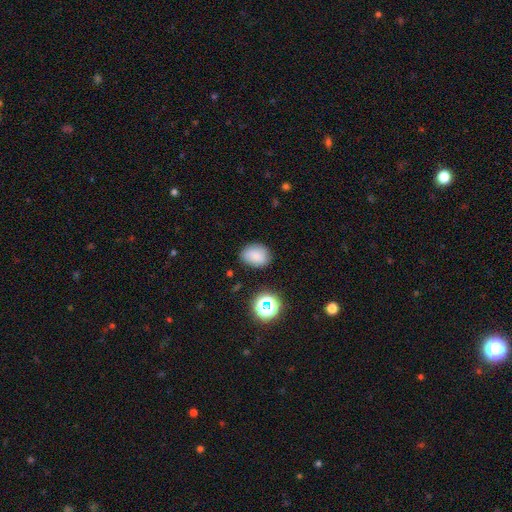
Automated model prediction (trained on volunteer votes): Smooth or featured: smooth — 77% (star or artifact — 12%)
How rounded: in between — 59% (round — 40%)
Merging: none — 81% (minor disturbance — 13%)